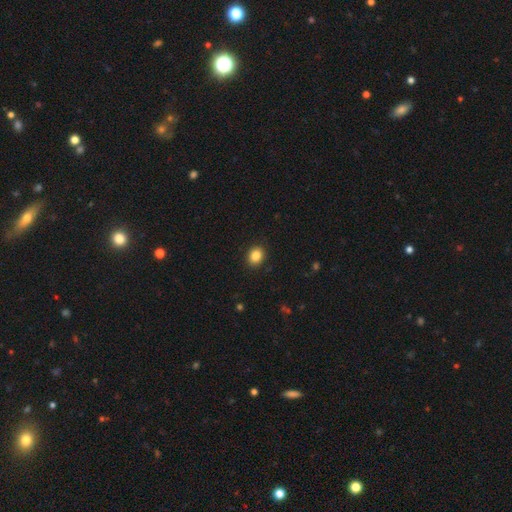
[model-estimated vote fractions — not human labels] This appears to be a smooth galaxy with no disk features (85%) that is round (56%). Merging: none (90%).